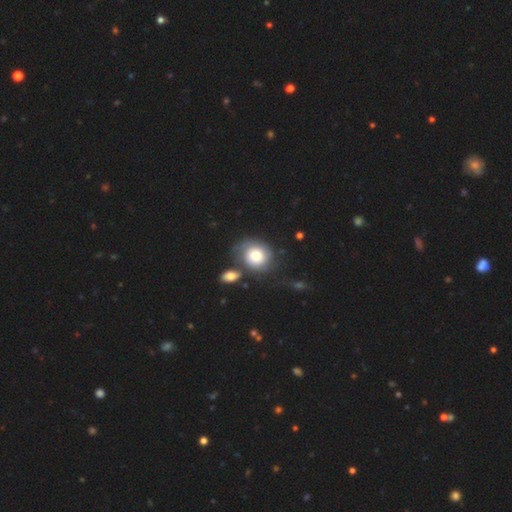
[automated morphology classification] Smooth or featured?
  - smooth: 61% *
  - featured or disk: 31%
  - star or artifact: 8%
How rounded?
  - round: 70% *
  - in between: 29%
  - cigar-shaped: 1%
Merging?
  - none: 48% *
  - minor disturbance: 21%
  - merger: 17%
  - major disturbance: 14%